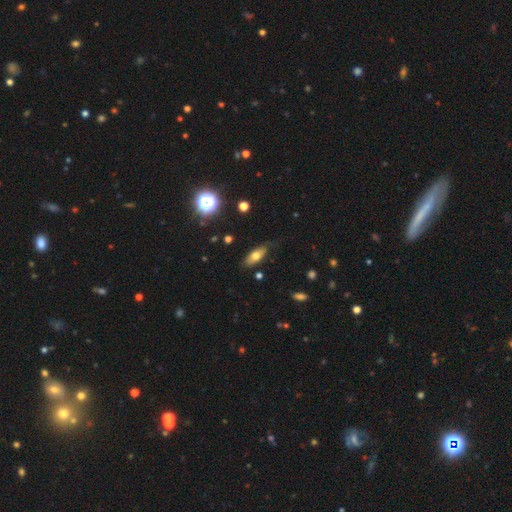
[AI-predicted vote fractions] Morphology: type=smooth (64%); roundness=in between (71%); merging=none (75%).